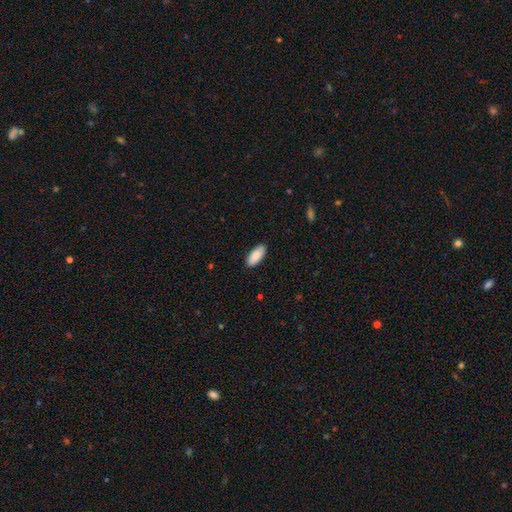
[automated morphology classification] smooth_or_featured: smooth (p=0.89) [alt: star or artifact p=0.06]
how_rounded: in between (p=0.87) [alt: cigar-shaped p=0.11]
merging: none (p=0.87) [alt: minor disturbance p=0.10]